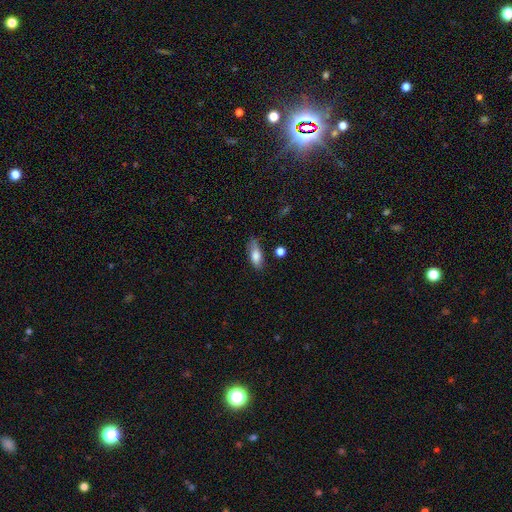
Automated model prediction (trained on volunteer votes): Smooth or featured? smooth (78%)
How rounded? in between (76%)
Merging? none (61%)